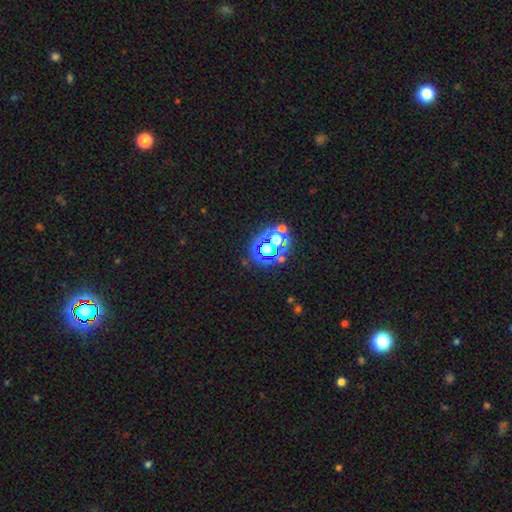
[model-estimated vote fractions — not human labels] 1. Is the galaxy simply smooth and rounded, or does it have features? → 73% star or artifact, 18% smooth, 9% featured or disk.